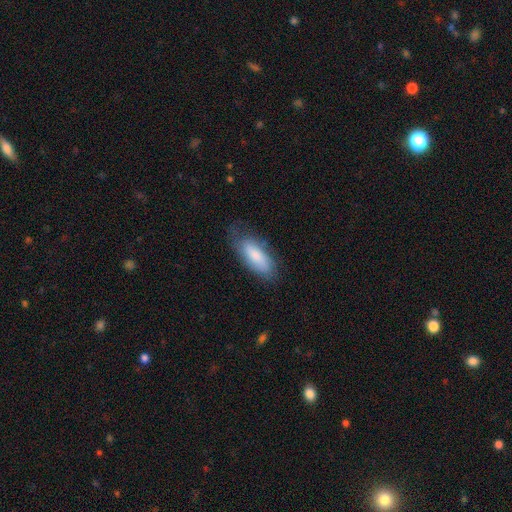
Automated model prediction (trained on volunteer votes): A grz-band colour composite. It shows a smooth galaxy with no disk features (73%) that is in between round and cigar-shaped (77%). Merging: none (62%).